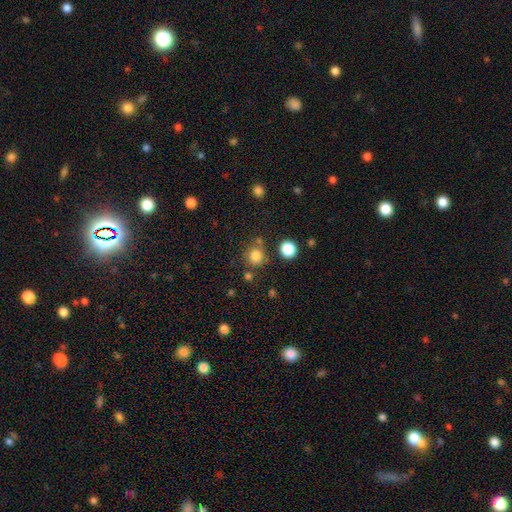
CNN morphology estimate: This appears to be a smooth galaxy with no disk features (81%) that is round (89%). Merging: none (75%).